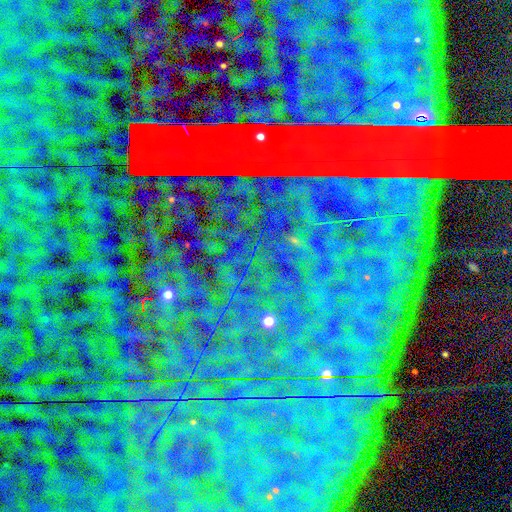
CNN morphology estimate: star or artifact 86%, featured or disk 7%, smooth 7%.